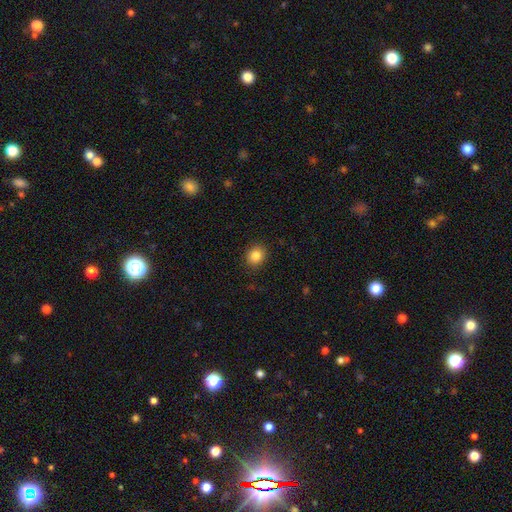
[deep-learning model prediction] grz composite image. It shows a smooth galaxy with no disk features (86%) that is round (71%). Merging: none (89%).